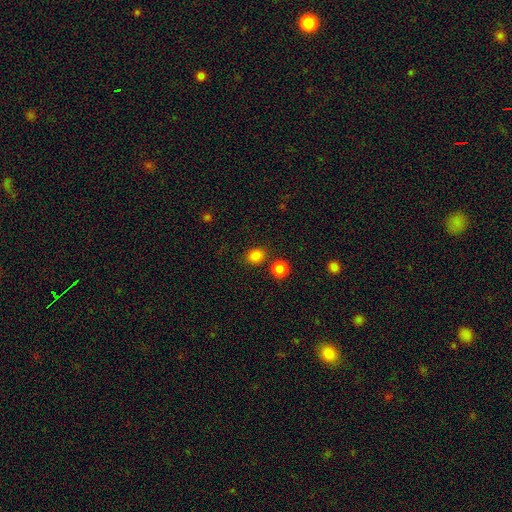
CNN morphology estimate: smooth 84%, star or artifact 12%, featured or disk 4%. Down the decision tree: how rounded — round (64%); merging — none (79%).